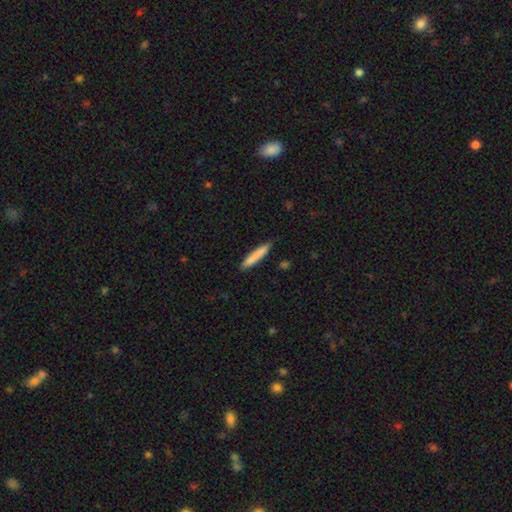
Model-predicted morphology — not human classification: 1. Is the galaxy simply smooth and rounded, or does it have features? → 82% smooth, 12% featured or disk, 6% star or artifact.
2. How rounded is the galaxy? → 92% cigar-shaped, 7% in between, 1% round.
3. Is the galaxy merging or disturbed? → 88% none, 9% minor disturbance, 2% major disturbance, 1% merger.